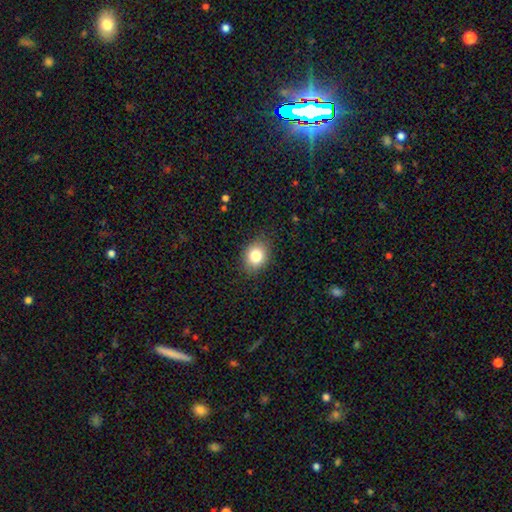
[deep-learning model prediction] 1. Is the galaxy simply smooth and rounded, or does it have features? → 81% smooth, 10% star or artifact, 9% featured or disk.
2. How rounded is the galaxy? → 53% round, 46% in between, 1% cigar-shaped.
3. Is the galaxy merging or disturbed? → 86% none, 11% minor disturbance, 3% major disturbance, 1% merger.